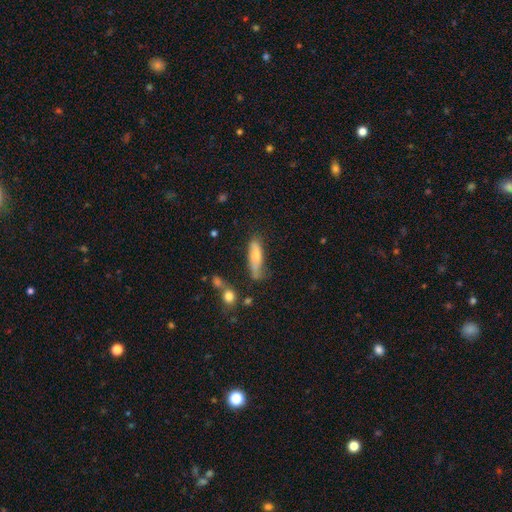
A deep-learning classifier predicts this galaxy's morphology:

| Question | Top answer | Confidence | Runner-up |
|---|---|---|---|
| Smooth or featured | smooth | 70% | featured or disk (24%) |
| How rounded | cigar-shaped | 60% | in between (38%) |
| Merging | none | 54% | minor disturbance (29%) |